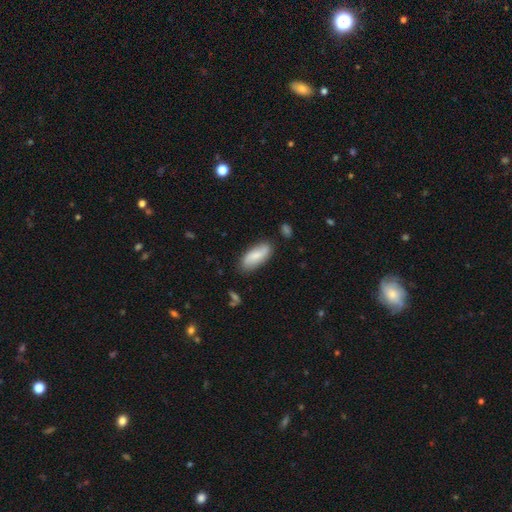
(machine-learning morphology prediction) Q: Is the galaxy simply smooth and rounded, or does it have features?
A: smooth — 64%.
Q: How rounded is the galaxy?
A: in between — 81%.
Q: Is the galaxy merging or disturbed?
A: none — 78%.